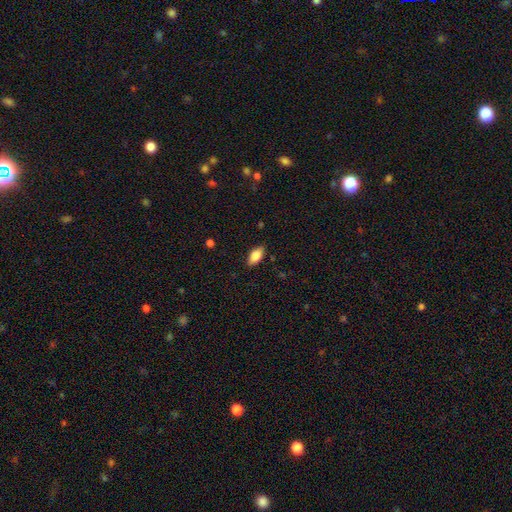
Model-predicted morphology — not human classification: This appears to be a smooth galaxy with no disk features (83%) that is in between round and cigar-shaped (91%). Merging: none (86%).